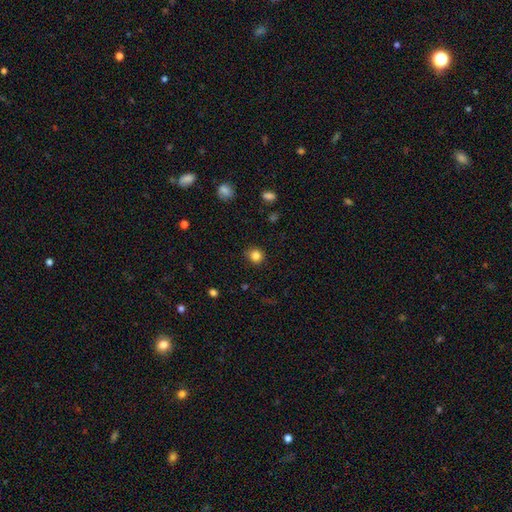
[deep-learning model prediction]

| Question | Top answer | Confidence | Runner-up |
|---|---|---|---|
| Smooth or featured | smooth | 84% | star or artifact (12%) |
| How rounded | round | 85% | in between (14%) |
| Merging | none | 85% | minor disturbance (11%) |